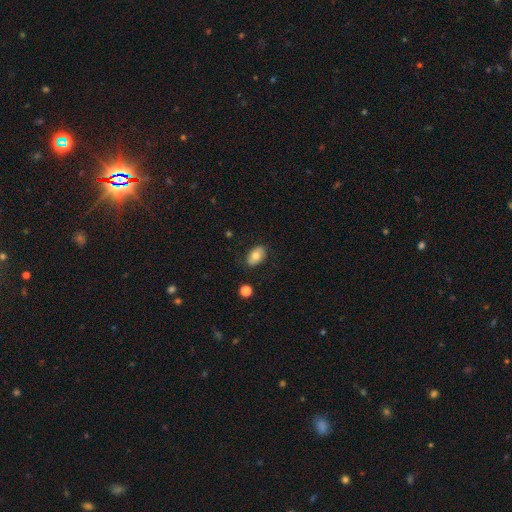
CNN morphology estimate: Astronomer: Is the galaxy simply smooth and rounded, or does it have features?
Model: smooth — 73%.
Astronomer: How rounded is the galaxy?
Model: in between — 88%.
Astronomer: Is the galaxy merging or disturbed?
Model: none — 84%.